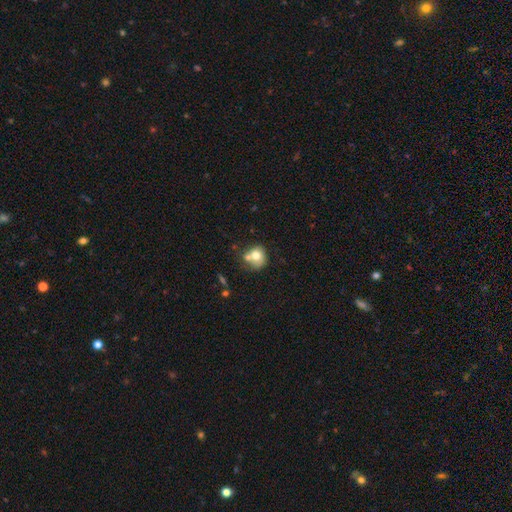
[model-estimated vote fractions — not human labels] Overall: smooth (71%). How rounded: round (73%). Merging: none (40%; merger 37%).